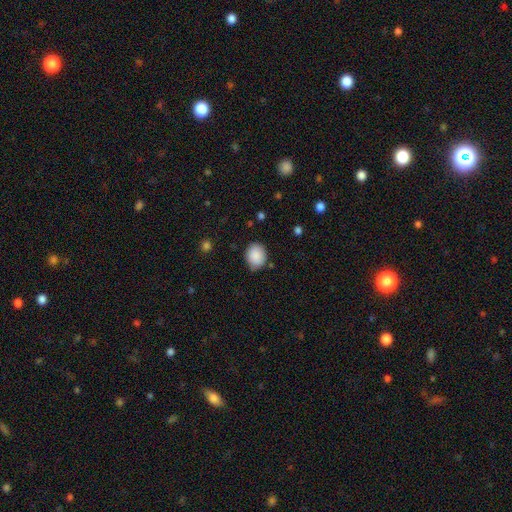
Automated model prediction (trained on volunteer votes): A smooth galaxy with no disk features (89%) that is round (60%).

Vote fractions:
- Smooth or featured? smooth: 89% / star or artifact: 7% / featured or disk: 4%
- How rounded? round: 60% / in between: 39% / cigar-shaped: 1%
- Merging? none: 80% / minor disturbance: 16% / major disturbance: 3% / merger: 2%